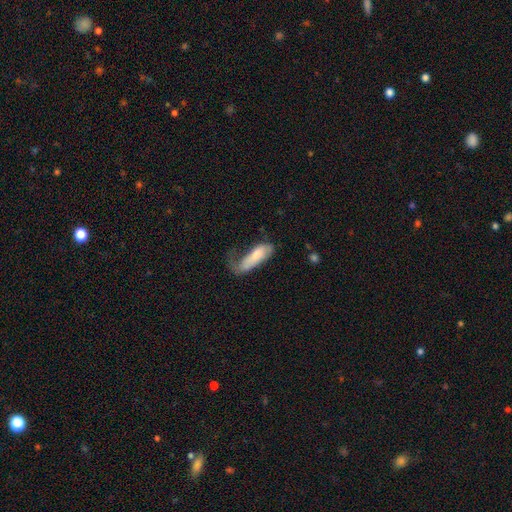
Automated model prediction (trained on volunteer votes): Smooth or featured? Predicted: smooth (p=0.70). How rounded? Predicted: in between (p=0.60). Merging? Predicted: major disturbance (p=0.48).